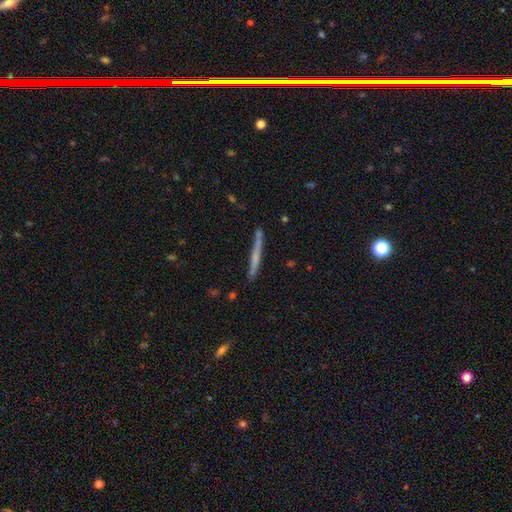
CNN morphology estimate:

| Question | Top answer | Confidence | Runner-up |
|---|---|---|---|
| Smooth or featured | featured or disk | 55% | smooth (38%) |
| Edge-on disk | yes | 96% | no (4%) |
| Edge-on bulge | none | 61% | rounded (31%) |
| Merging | none | 83% | minor disturbance (11%) |